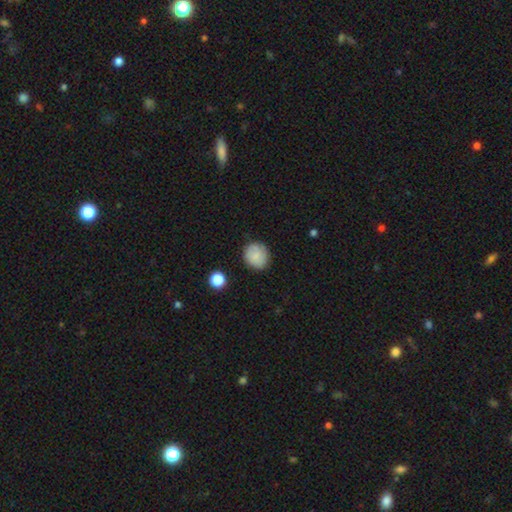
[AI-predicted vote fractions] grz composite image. It shows a smooth galaxy with no disk features (76%) that is round (83%). Merging: none (84%).